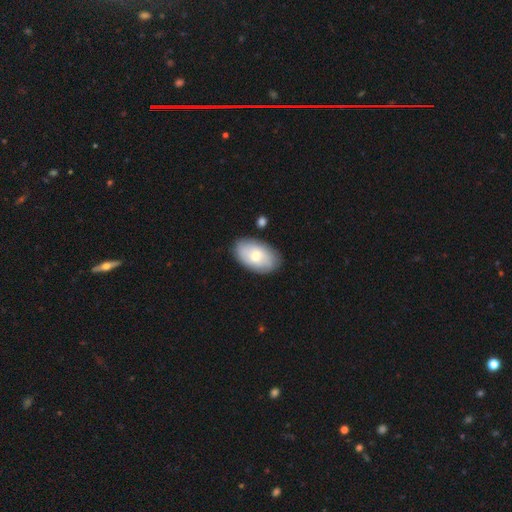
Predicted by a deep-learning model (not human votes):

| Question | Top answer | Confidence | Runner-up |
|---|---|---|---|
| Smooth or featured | smooth | 60% | featured or disk (34%) |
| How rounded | in between | 92% | round (6%) |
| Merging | none | 83% | minor disturbance (12%) |